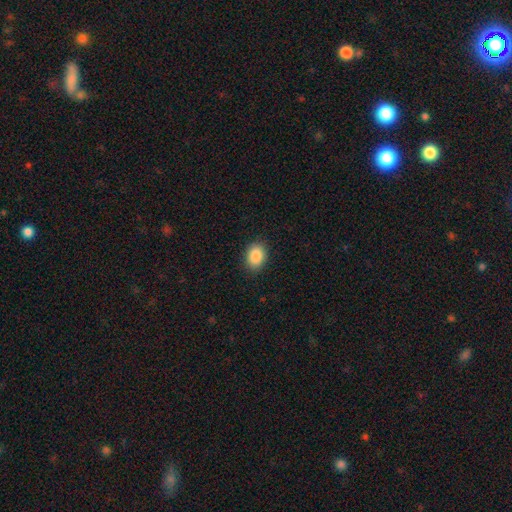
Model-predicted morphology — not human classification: Q: Smooth or featured?
A: smooth (88%); runner-up: star or artifact (8%)
Q: How rounded?
A: in between (73%); runner-up: round (26%)
Q: Merging?
A: none (89%); runner-up: minor disturbance (8%)